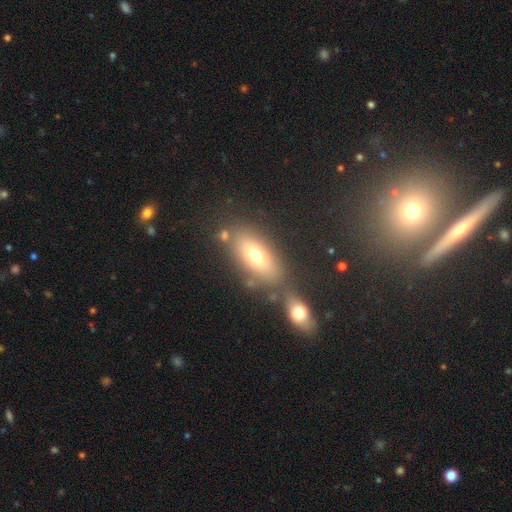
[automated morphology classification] type=smooth (66%); roundness=in between (80%); merging=none (56%).